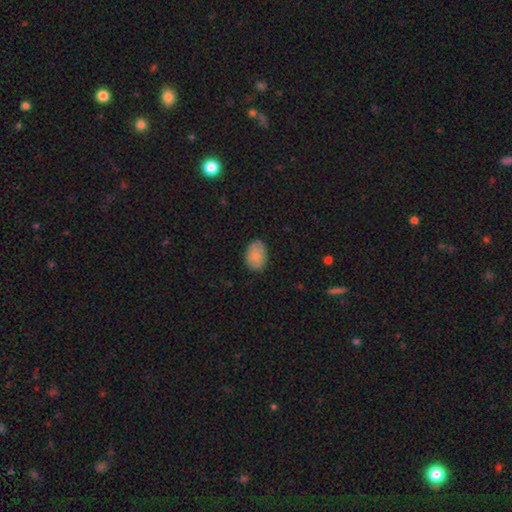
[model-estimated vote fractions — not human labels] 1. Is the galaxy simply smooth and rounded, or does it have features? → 83% smooth, 10% featured or disk, 7% star or artifact.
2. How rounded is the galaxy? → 81% in between, 18% round, 1% cigar-shaped.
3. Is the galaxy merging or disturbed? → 79% none, 16% minor disturbance, 3% major disturbance, 1% merger.